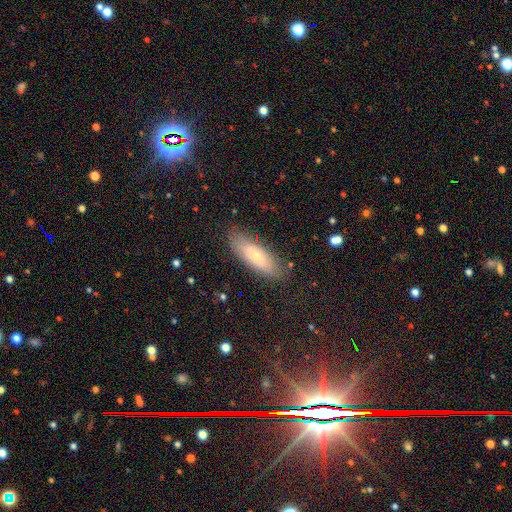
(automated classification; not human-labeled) This appears to be a smooth galaxy with no disk features (55%) that is in between round and cigar-shaped (60%). Merging: none (81%).